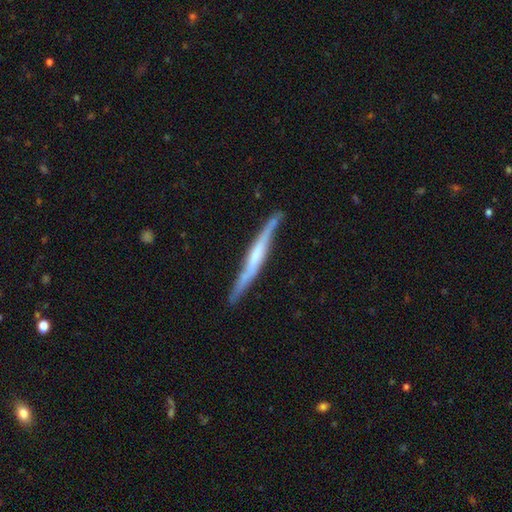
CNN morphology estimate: Overall: featured or disk (70%). Edge-on disk: yes (93%). Edge-on bulge: none (40%; boxy 32%). Merging: none (79%).